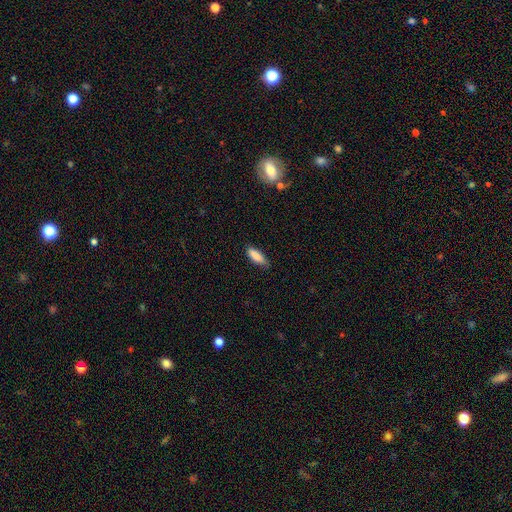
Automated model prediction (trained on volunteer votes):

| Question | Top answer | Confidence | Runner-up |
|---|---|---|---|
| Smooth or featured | smooth | 85% | featured or disk (9%) |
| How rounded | in between | 56% | cigar-shaped (42%) |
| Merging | none | 69% | minor disturbance (26%) |